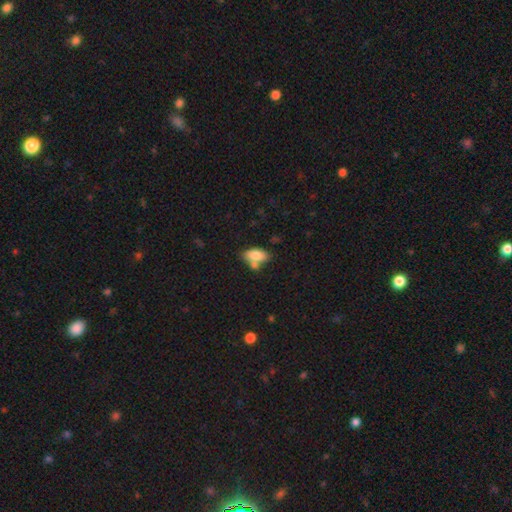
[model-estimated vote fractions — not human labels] Q: Smooth or featured?
A: smooth (78%); runner-up: featured or disk (14%)
Q: How rounded?
A: in between (90%); runner-up: cigar-shaped (6%)
Q: Merging?
A: none (52%); runner-up: merger (27%)